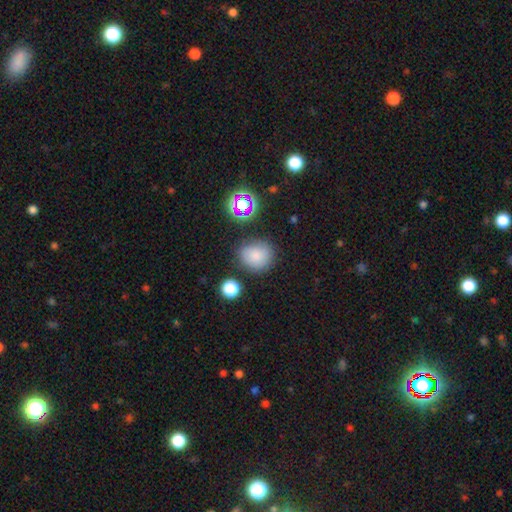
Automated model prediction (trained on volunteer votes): Morphology: type=smooth (78%); roundness=round (79%); merging=none (76%).